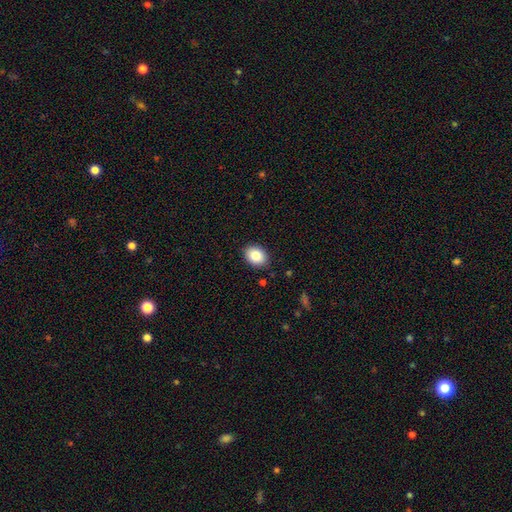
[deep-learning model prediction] Smooth or featured? Predicted: smooth (p=0.84). How rounded? Predicted: in between (p=0.68). Merging? Predicted: none (p=0.89).